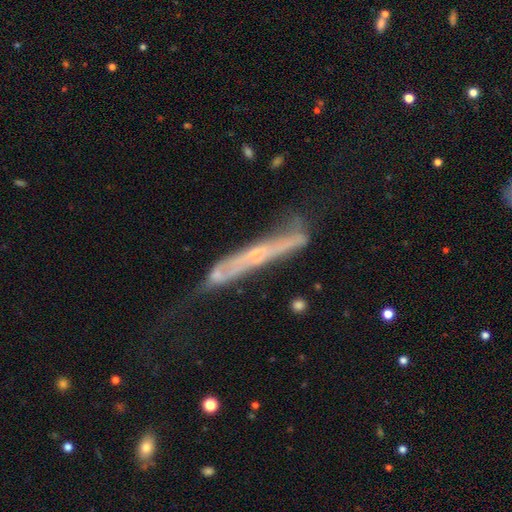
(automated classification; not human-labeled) Overall: featured or disk (64%; smooth 27%). Edge-on disk: yes (79%). Edge-on bulge: none (65%; rounded 27%). Merging: none (44%; minor disturbance 29%).